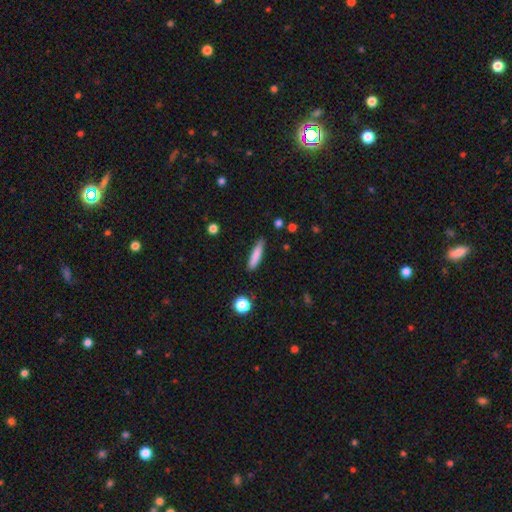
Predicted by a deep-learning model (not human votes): A smooth galaxy with no disk features (81%) that is cigar-shaped (86%).

Vote fractions:
- Smooth or featured? smooth: 81% / featured or disk: 12% / star or artifact: 7%
- How rounded? cigar-shaped: 86% / in between: 13% / round: 1%
- Merging? none: 86% / minor disturbance: 10% / major disturbance: 2% / merger: 2%